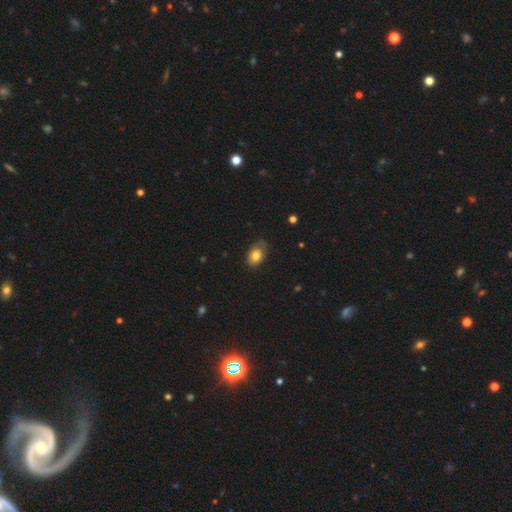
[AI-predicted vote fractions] Smooth or featured? smooth (79%)
How rounded? in between (78%)
Merging? none (64%)